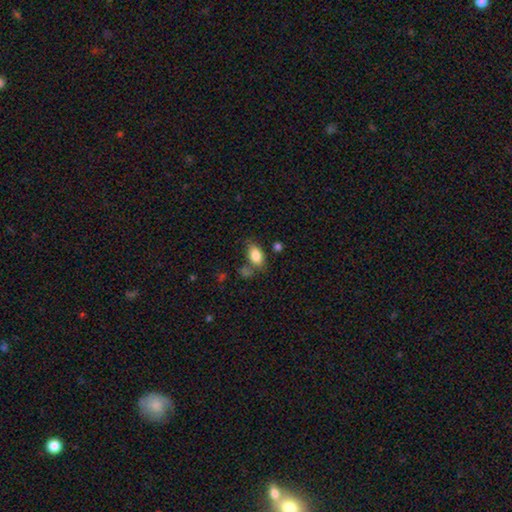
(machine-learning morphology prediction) smooth 84%, star or artifact 8%, featured or disk 8%. Down the decision tree: how rounded — in between (89%); merging — none (62%).